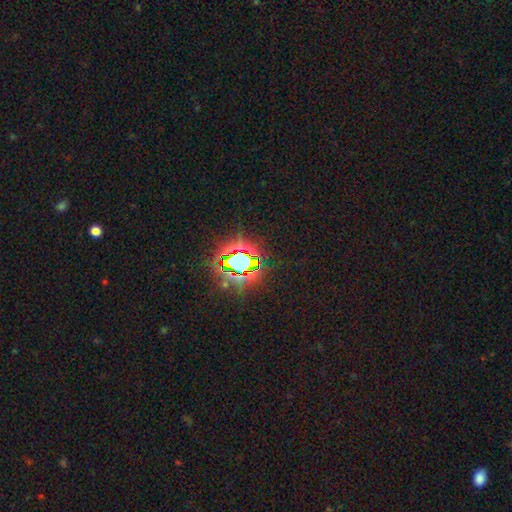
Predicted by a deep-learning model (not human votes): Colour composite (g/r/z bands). It shows a star or artifact, not a galaxy (82%).